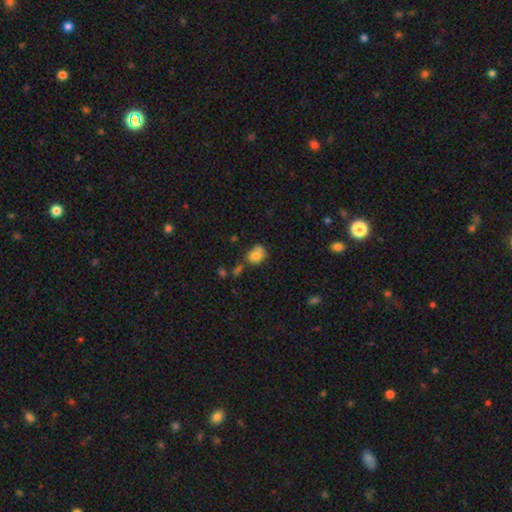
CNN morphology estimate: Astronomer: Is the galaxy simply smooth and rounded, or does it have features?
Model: smooth — 76%.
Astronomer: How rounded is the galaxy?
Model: round — 56% (runner-up: in between, 43%).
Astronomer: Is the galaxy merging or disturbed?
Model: none — 42% (runner-up: minor disturbance, 26%).